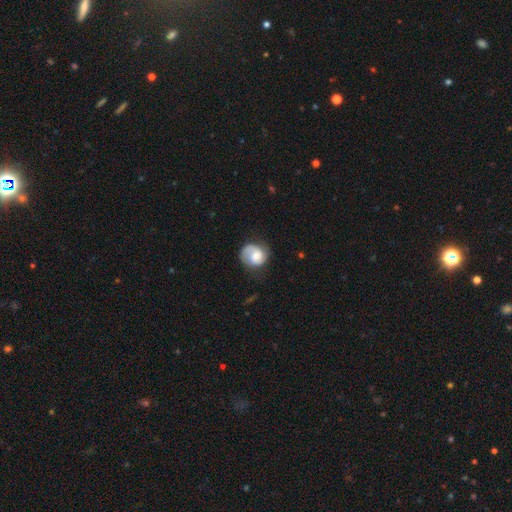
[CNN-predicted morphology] type=featured or disk (61%); edge-on=no (98%); bar=no (61%); spiral arms=yes (91%); winding=medium (39%); arm count=2 (46%); bulge=moderate (48%); merging=none (65%).